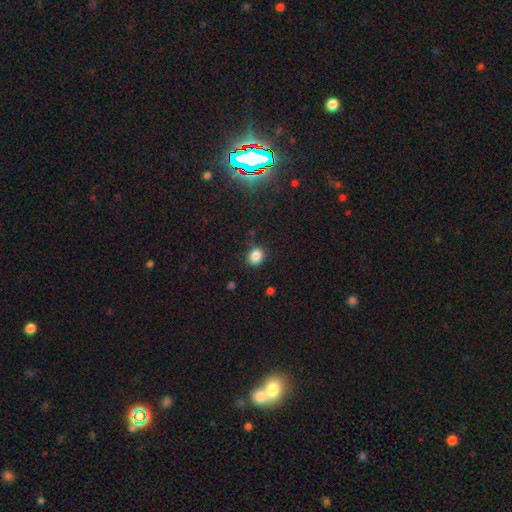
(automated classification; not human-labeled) Smooth or featured? smooth (86%)
How rounded? round (59%)
Merging? none (83%)